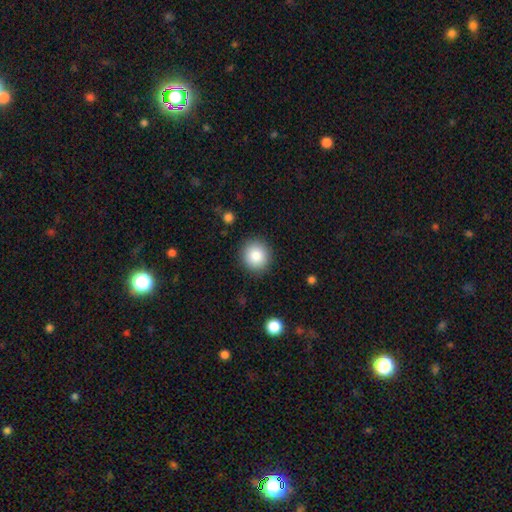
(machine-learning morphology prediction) This appears to be a smooth galaxy with no disk features (85%) that is round (89%). Merging: none (90%).